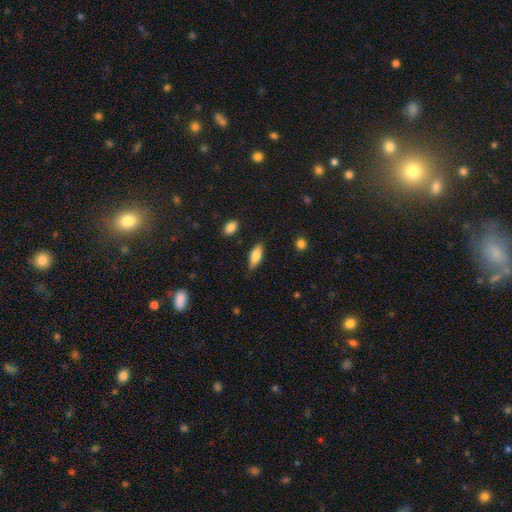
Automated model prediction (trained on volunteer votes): smooth-or-featured: smooth: 75% | featured or disk: 19% | star or artifact: 6%
  how-rounded: in between: 70% | cigar-shaped: 27% | round: 2%
  merging: none: 80% | minor disturbance: 15% | major disturbance: 3% | merger: 2%